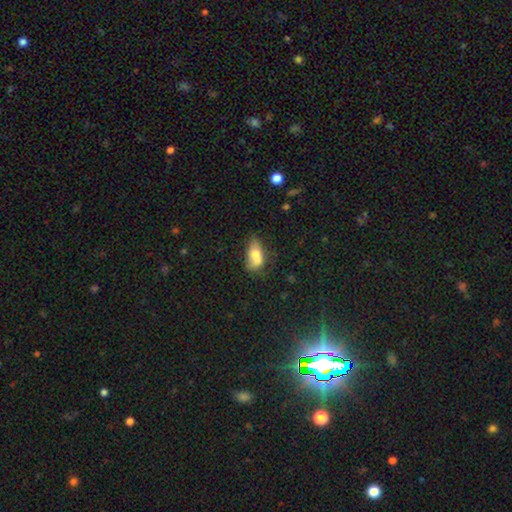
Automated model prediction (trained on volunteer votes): A smooth galaxy with no disk features (70%) that is in between round and cigar-shaped (86%). Merging: none (34%).